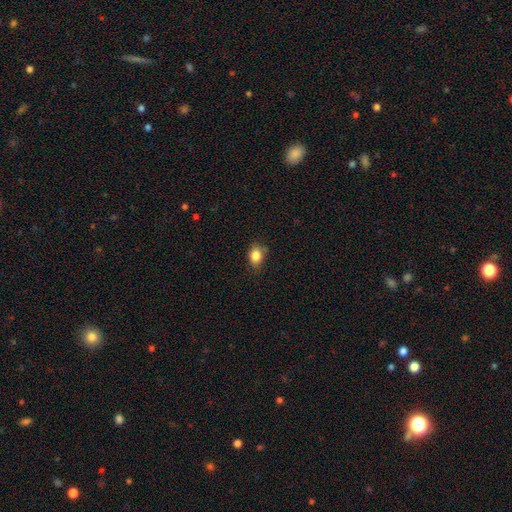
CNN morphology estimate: This appears to be a smooth galaxy with no disk features (85%) that is in between round and cigar-shaped (61%). Merging: none (78%).